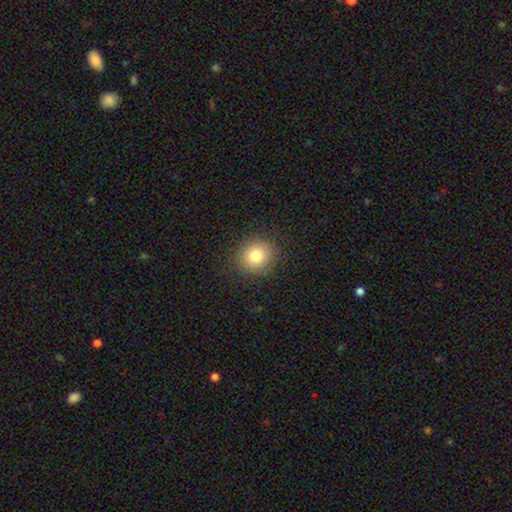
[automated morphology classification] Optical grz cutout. It shows a smooth galaxy with no disk features (80%) that is round (88%). Merging: none (88%).